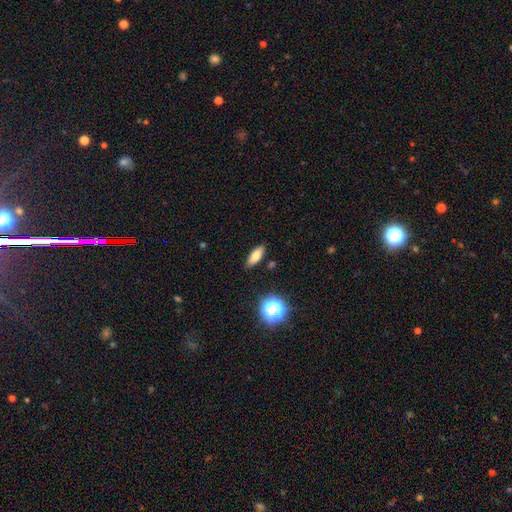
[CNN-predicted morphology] Smooth or featured? smooth (75%)
How rounded? in between (70%)
Merging? none (87%)